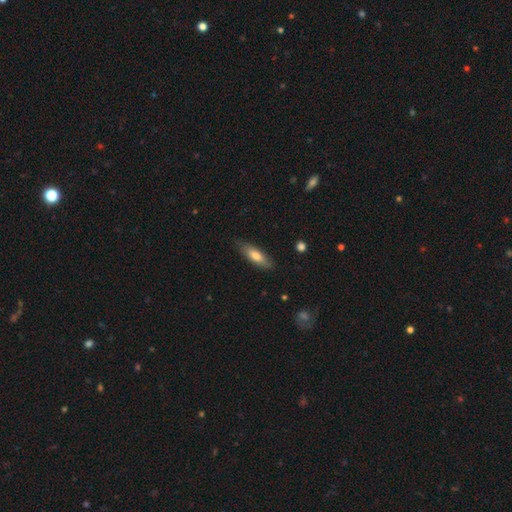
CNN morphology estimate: Smooth or featured: smooth — 72% (featured or disk — 23%)
How rounded: in between — 57% (cigar-shaped — 41%)
Merging: none — 81% (minor disturbance — 15%)